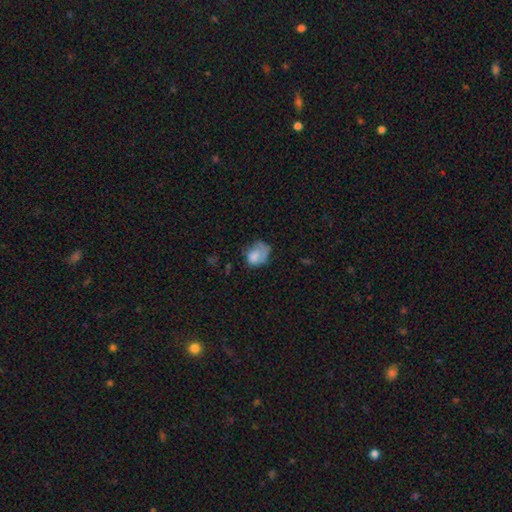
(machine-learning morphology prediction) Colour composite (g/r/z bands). It shows a smooth galaxy with no disk features (70%) that is in between round and cigar-shaped (62%). Merging: none (34%).